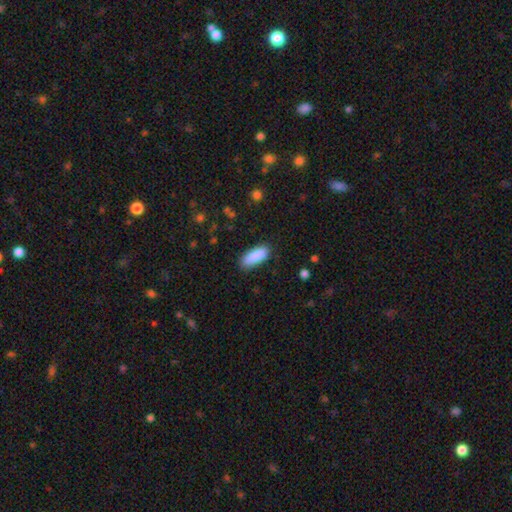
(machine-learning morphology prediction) Smooth or featured? Predicted: smooth (p=0.89). How rounded? Predicted: in between (p=0.75). Merging? Predicted: none (p=0.82).